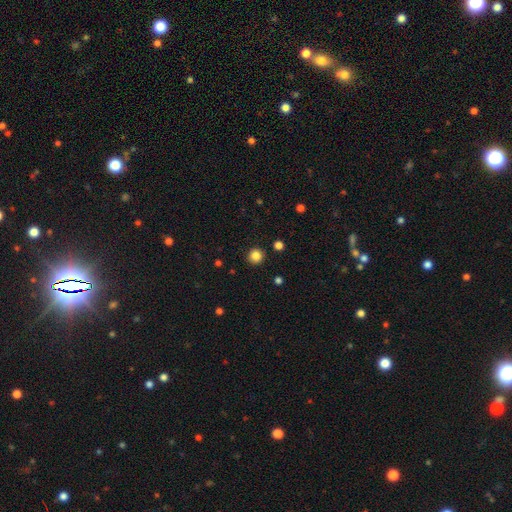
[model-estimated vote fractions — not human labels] A smooth galaxy with no disk features (84%) that is round (95%).

Vote fractions:
- Smooth or featured? smooth: 84% / star or artifact: 12% / featured or disk: 4%
- How rounded? round: 95% / in between: 5% / cigar-shaped: 1%
- Merging? none: 92% / minor disturbance: 5% / major disturbance: 2% / merger: 1%